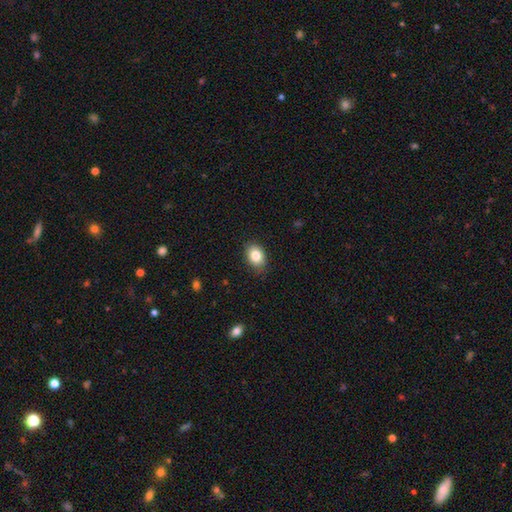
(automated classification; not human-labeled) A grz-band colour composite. It shows a smooth galaxy with no disk features (83%) that is in between round and cigar-shaped (73%). Merging: none (84%).